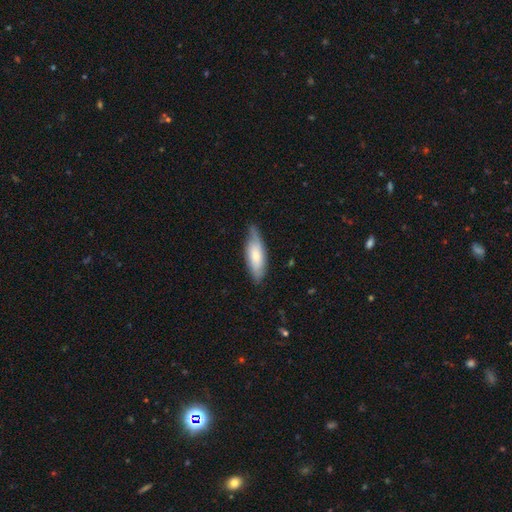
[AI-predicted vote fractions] Morphology: type=smooth (66%); roundness=in between (64%); merging=none (65%).